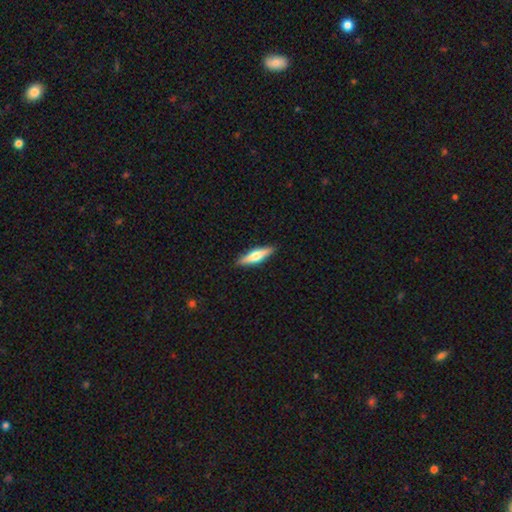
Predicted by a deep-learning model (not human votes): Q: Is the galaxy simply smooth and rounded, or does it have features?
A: smooth — 48%.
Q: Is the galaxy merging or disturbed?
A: none — 90%.